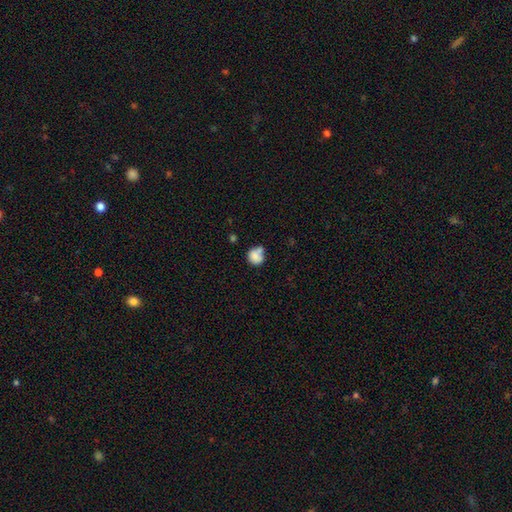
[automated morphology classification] smooth 79%, featured or disk 12%, star or artifact 9%. Down the decision tree: how rounded — round (77%); merging — none (44%).